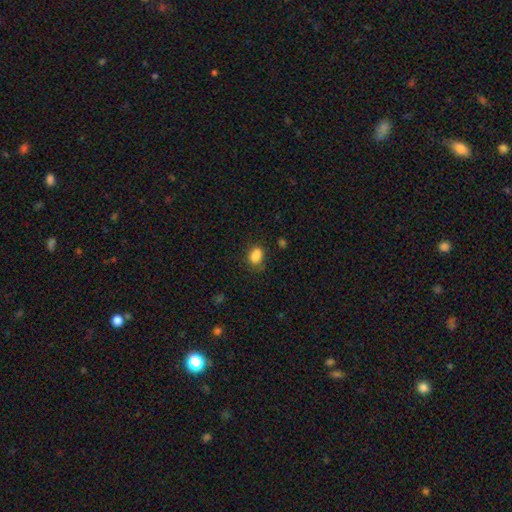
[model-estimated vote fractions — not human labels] A smooth galaxy with no disk features (81%) that is in between round and cigar-shaped (65%). Merging: none (51%).